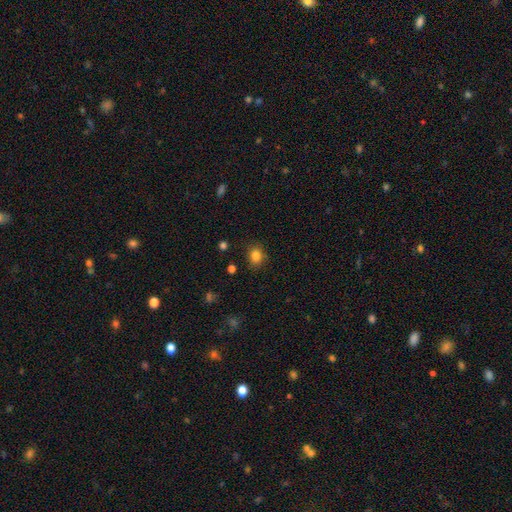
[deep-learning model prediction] The model was most divided on "how rounded": round: 56%, in between: 43%, cigar-shaped: 1%. More confident: merging — none (84%); smooth or featured — smooth (82%).